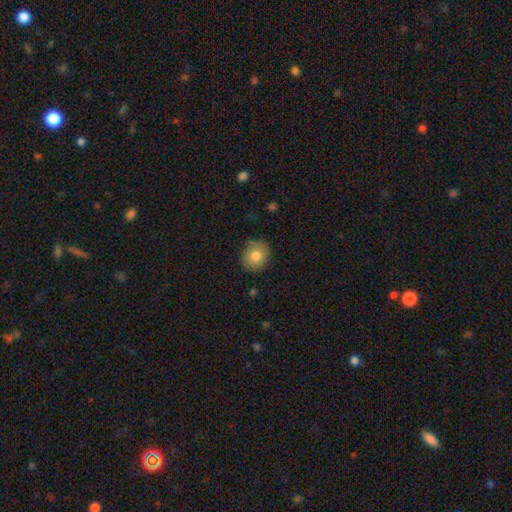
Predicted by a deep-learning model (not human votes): A smooth galaxy with no disk features (80%) that is round (76%). Merging: none (84%).